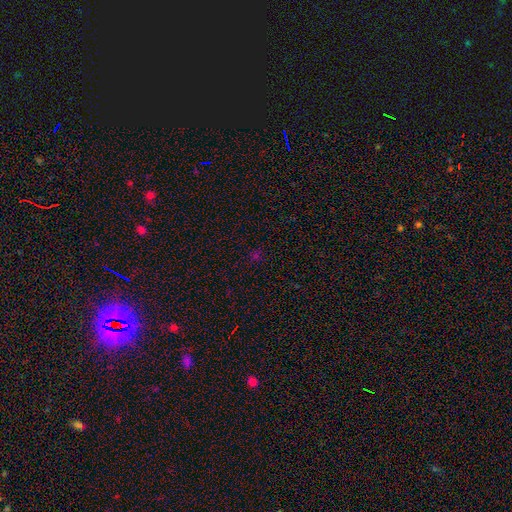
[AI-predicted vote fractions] Smooth or featured? Predicted: star or artifact (p=0.52).